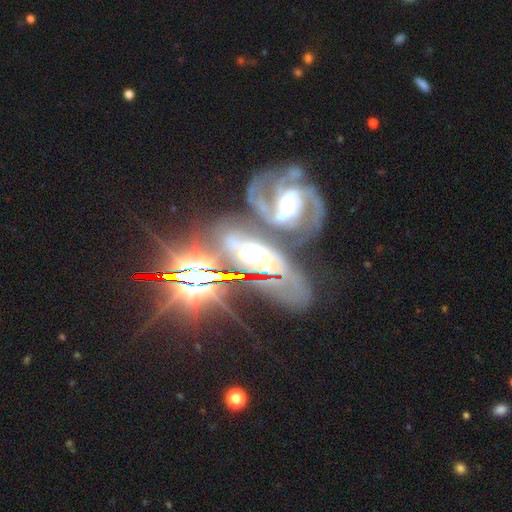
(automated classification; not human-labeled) Smooth or featured? featured or disk (67%)
Edge-on disk? no (88%)
Bar? no (39%)
Spiral arms? yes (86%)
Spiral winding? medium (45%)
Spiral arm count? 2 (64%)
Bulge size? moderate (55%)
Merging? merger (50%)